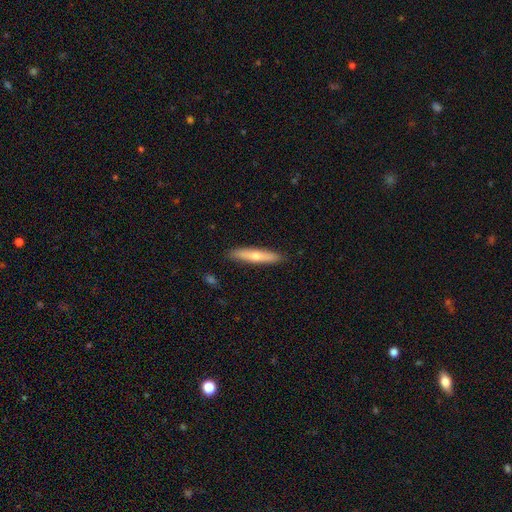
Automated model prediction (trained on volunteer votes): Smooth or featured?
  - smooth: 58% *
  - featured or disk: 36%
  - star or artifact: 6%
How rounded?
  - cigar-shaped: 88% *
  - in between: 10%
  - round: 2%
Merging?
  - none: 90% *
  - minor disturbance: 7%
  - major disturbance: 1%
  - merger: 1%